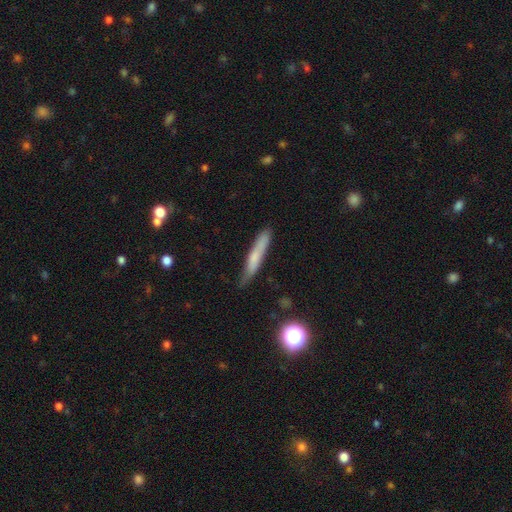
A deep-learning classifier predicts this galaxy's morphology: Q: Smooth or featured?
A: smooth (61%); runner-up: featured or disk (31%)
Q: How rounded?
A: cigar-shaped (93%); runner-up: in between (5%)
Q: Merging?
A: none (76%); runner-up: minor disturbance (18%)